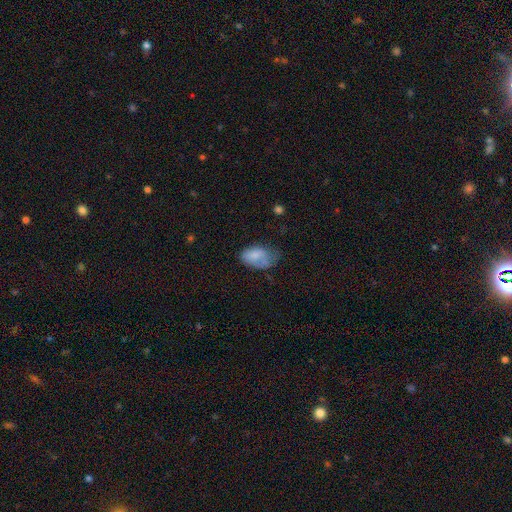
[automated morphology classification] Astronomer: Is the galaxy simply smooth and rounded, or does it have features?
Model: smooth — 76%.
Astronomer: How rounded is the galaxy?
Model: in between — 90%.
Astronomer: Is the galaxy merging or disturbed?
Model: minor disturbance — 39% (runner-up: none, 32%).